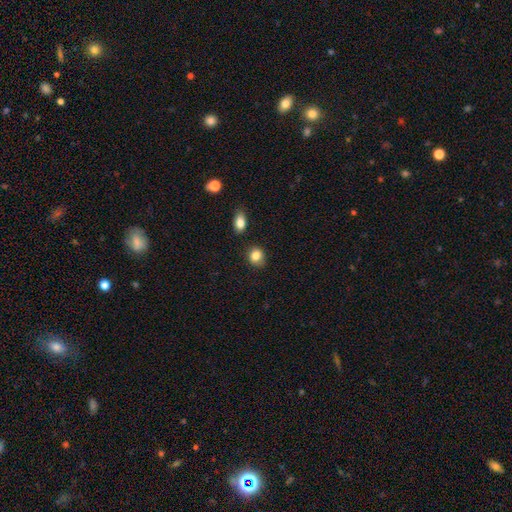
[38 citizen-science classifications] smooth-or-featured: smooth: 92% | star or artifact: 5% | featured or disk: 3%
  how-rounded: round: 71% | in between: 29% | cigar-shaped: 0%
  merging: none: 78% | minor disturbance: 11% | merger: 8% | major disturbance: 3%